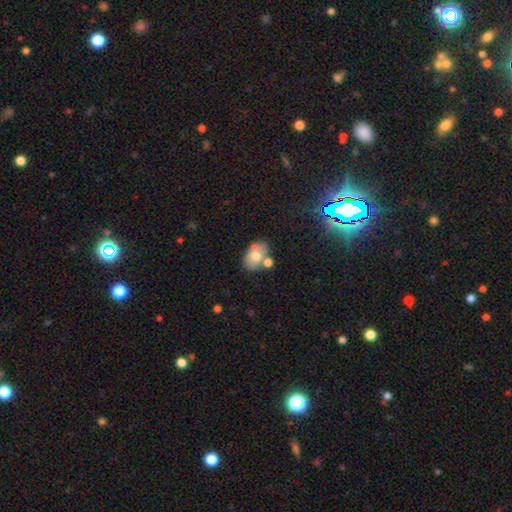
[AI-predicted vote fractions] The model was most divided on "merging": none: 55%, merger: 24%, minor disturbance: 16%, major disturbance: 5%. More confident: how rounded — in between (79%); smooth or featured — smooth (64%).